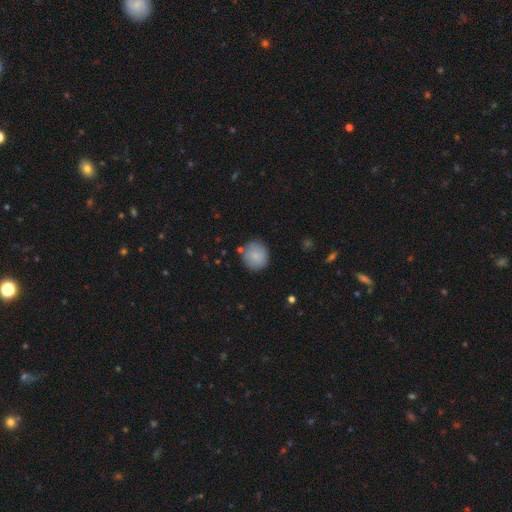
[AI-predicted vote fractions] Smooth or featured?
  - smooth: 85% *
  - featured or disk: 7%
  - star or artifact: 7%
How rounded?
  - round: 89% *
  - in between: 10%
  - cigar-shaped: 1%
Merging?
  - none: 84% *
  - minor disturbance: 10%
  - merger: 3%
  - major disturbance: 3%